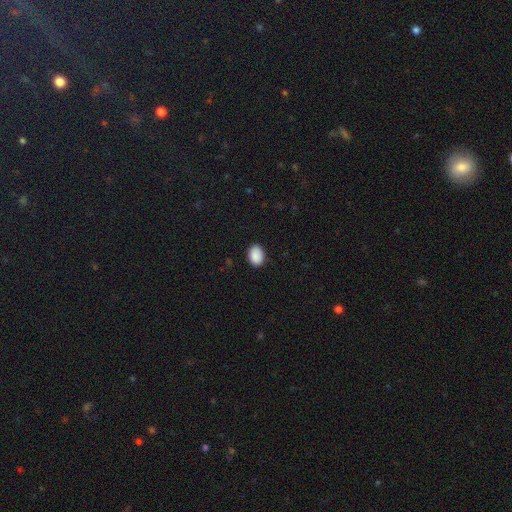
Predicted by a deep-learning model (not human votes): Q: Smooth or featured?
A: smooth (90%); runner-up: star or artifact (7%)
Q: How rounded?
A: in between (77%); runner-up: round (22%)
Q: Merging?
A: none (88%); runner-up: minor disturbance (9%)